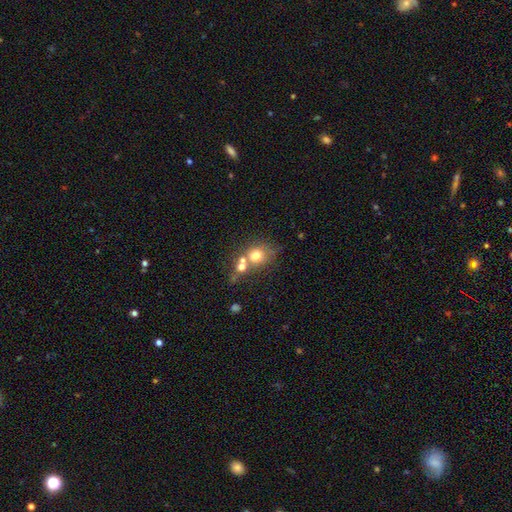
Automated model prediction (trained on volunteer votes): Smooth or featured? smooth (69%)
How rounded? round (77%)
Merging? none (43%)